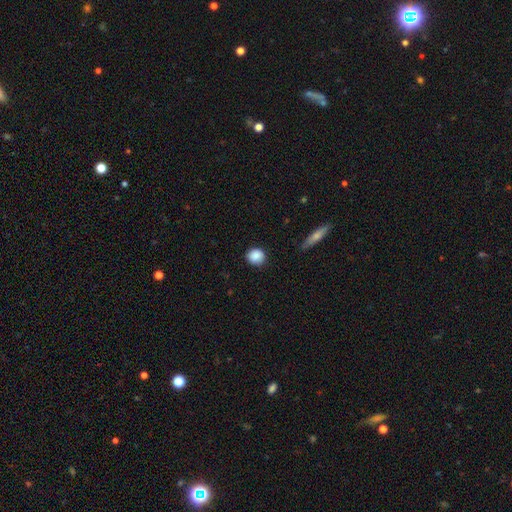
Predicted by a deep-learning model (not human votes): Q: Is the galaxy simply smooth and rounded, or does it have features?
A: smooth — 88%.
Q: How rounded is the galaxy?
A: round — 86%.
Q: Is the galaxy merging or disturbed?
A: none — 85%.